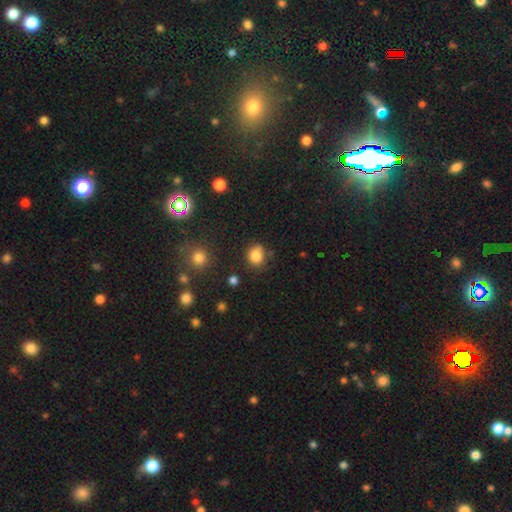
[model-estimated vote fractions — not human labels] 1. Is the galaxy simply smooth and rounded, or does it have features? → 83% smooth, 12% star or artifact, 5% featured or disk.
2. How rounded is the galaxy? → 68% round, 31% in between, 1% cigar-shaped.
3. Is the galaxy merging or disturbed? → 72% none, 18% minor disturbance, 5% merger, 4% major disturbance.